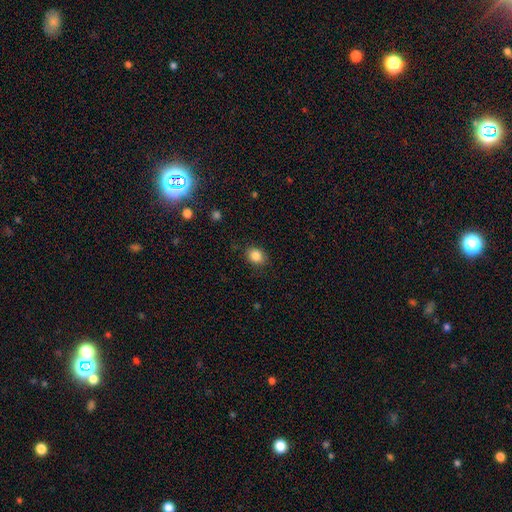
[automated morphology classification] type=smooth (86%); roundness=in between (56%); merging=none (85%).